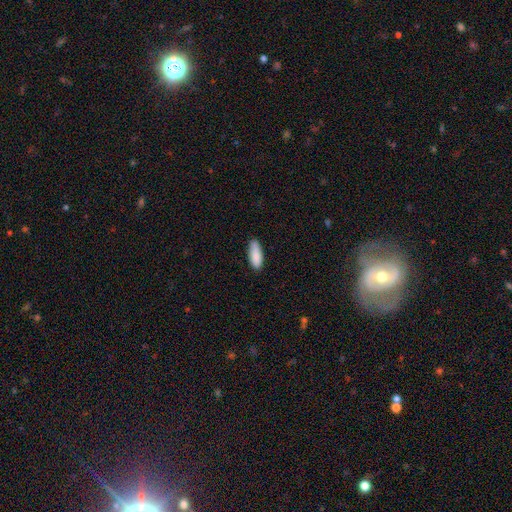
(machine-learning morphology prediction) Smooth or featured: smooth — 88% (star or artifact — 6%)
How rounded: in between — 68% (cigar-shaped — 30%)
Merging: none — 80% (minor disturbance — 17%)